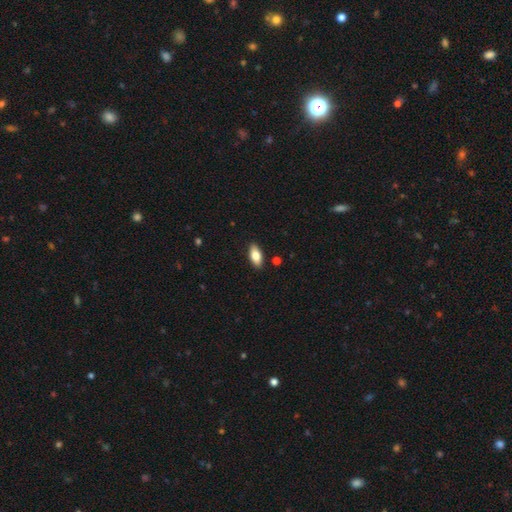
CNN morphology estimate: type=smooth (78%); roundness=in between (87%); merging=none (88%).